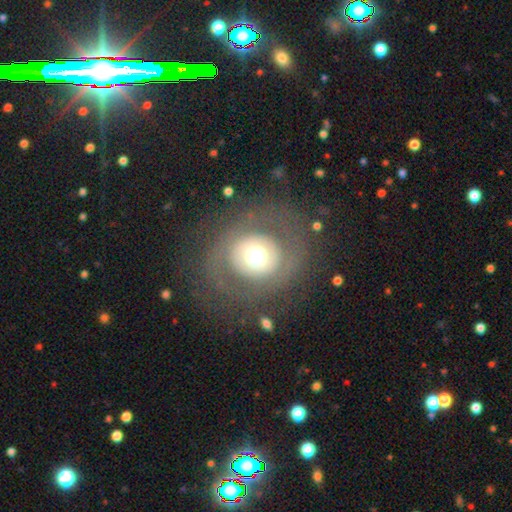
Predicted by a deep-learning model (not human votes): Smooth or featured?
  - smooth: 48% *
  - featured or disk: 39%
  - star or artifact: 13%
Merging?
  - none: 77% *
  - major disturbance: 11%
  - minor disturbance: 10%
  - merger: 2%